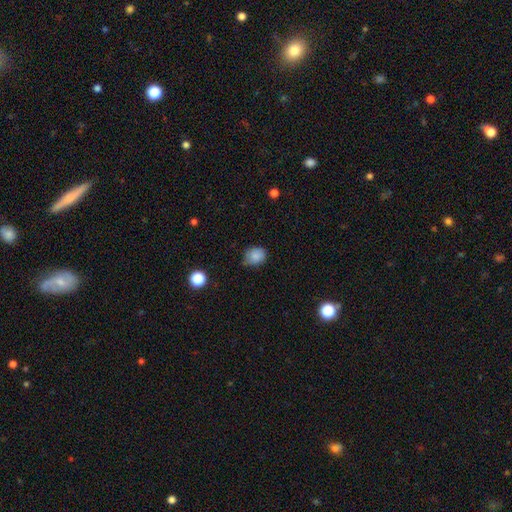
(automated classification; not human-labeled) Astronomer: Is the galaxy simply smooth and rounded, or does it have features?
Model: smooth — 85%.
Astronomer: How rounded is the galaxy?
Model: round — 61% (runner-up: in between, 38%).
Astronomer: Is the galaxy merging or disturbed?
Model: none — 67%.